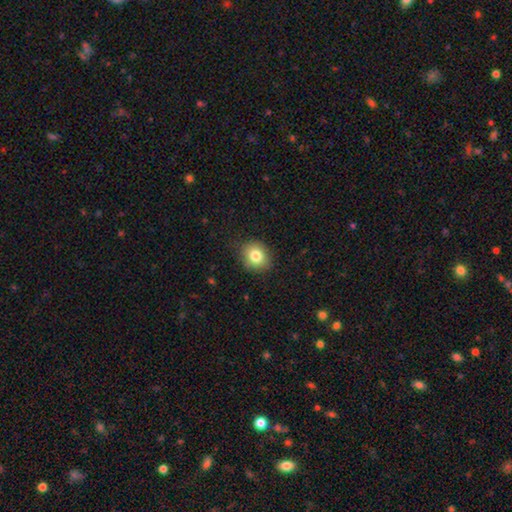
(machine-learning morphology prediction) smooth_or_featured: smooth (p=0.82) [alt: star or artifact p=0.10]
how_rounded: round (p=0.70) [alt: in between p=0.29]
merging: none (p=0.85) [alt: minor disturbance p=0.11]